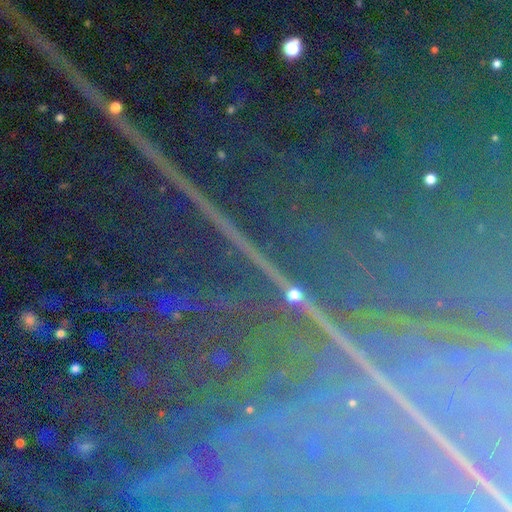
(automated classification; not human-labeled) Smooth or featured: star or artifact — 85% (featured or disk — 9%)